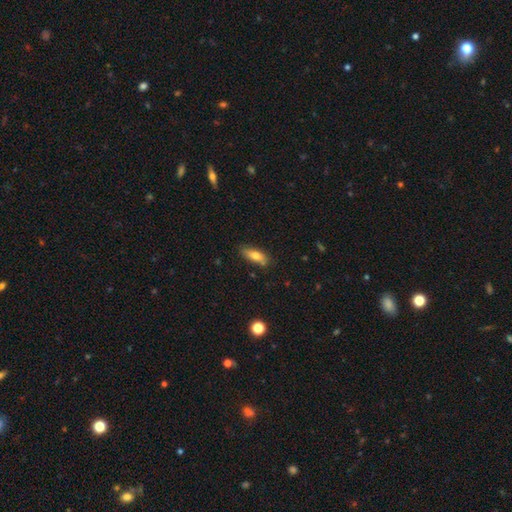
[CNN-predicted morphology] This appears to be a smooth galaxy with no disk features (72%) that is in between round and cigar-shaped (69%). Merging: none (78%).